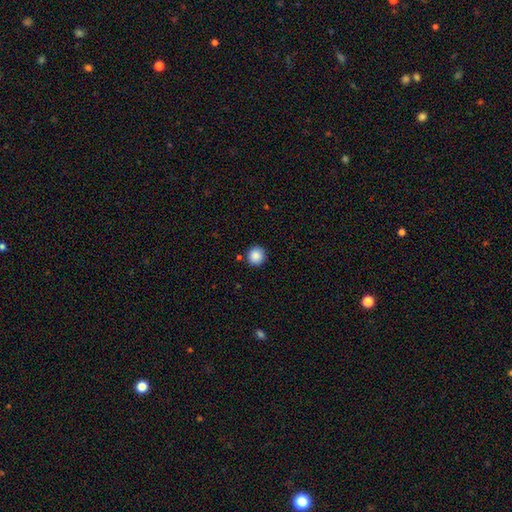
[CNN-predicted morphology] Smooth or featured? smooth (88%)
How rounded? round (93%)
Merging? none (90%)